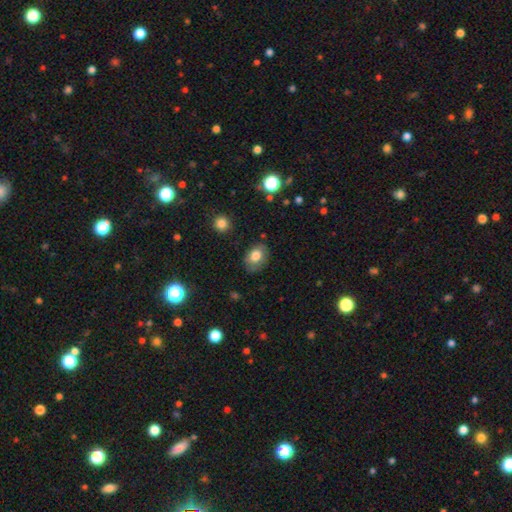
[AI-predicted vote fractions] The model was most divided on "how rounded": in between: 72%, round: 27%, cigar-shaped: 1%. More confident: merging — none (77%); smooth or featured — smooth (75%).